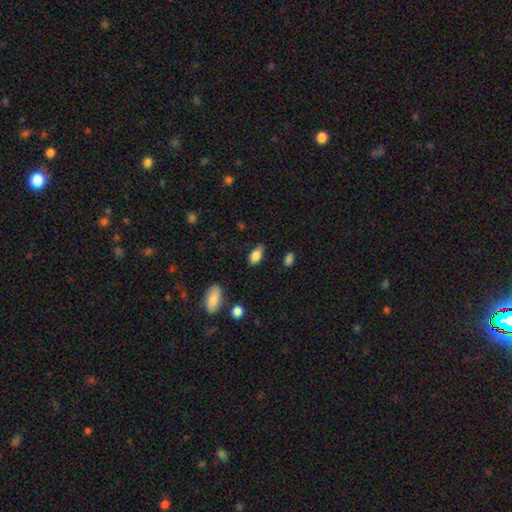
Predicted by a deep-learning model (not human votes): Overall: smooth (84%). How rounded: in between (91%). Merging: none (73%).